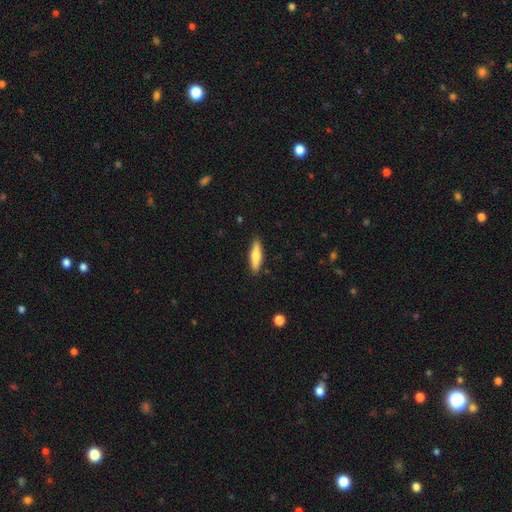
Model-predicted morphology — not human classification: smooth-or-featured: smooth: 64% | featured or disk: 31% | star or artifact: 6%
  how-rounded: cigar-shaped: 71% | in between: 27% | round: 2%
  merging: none: 89% | minor disturbance: 8% | major disturbance: 2% | merger: 1%